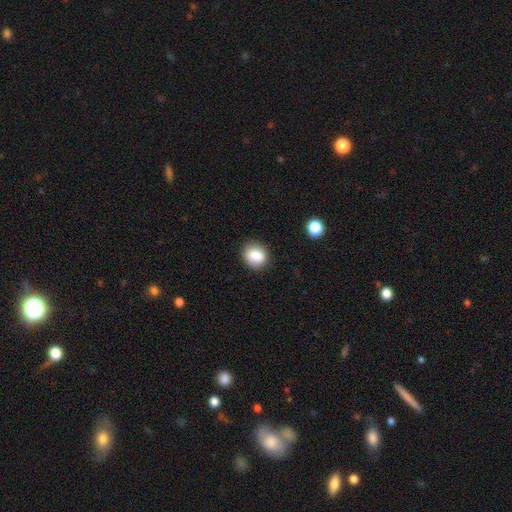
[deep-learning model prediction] smooth-or-featured: smooth: 86% | star or artifact: 9% | featured or disk: 5%
  how-rounded: round: 66% | in between: 33% | cigar-shaped: 1%
  merging: none: 86% | minor disturbance: 10% | major disturbance: 3% | merger: 1%